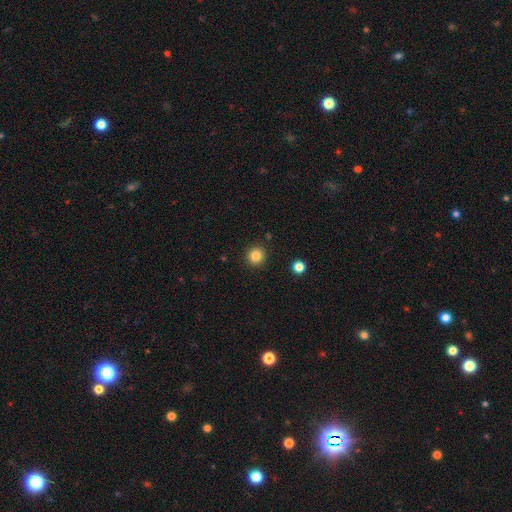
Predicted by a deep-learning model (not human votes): A smooth galaxy with no disk features (84%) that is round (94%). Merging: none (91%).